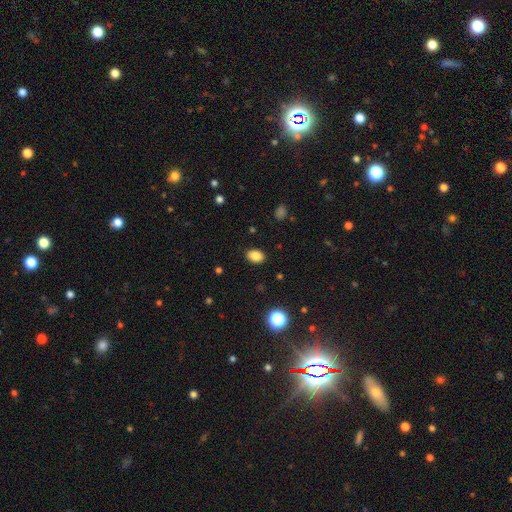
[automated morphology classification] Smooth or featured?
  - smooth: 85% *
  - star or artifact: 10%
  - featured or disk: 5%
How rounded?
  - in between: 76% *
  - round: 23%
  - cigar-shaped: 1%
Merging?
  - none: 88% *
  - minor disturbance: 8%
  - major disturbance: 2%
  - merger: 1%